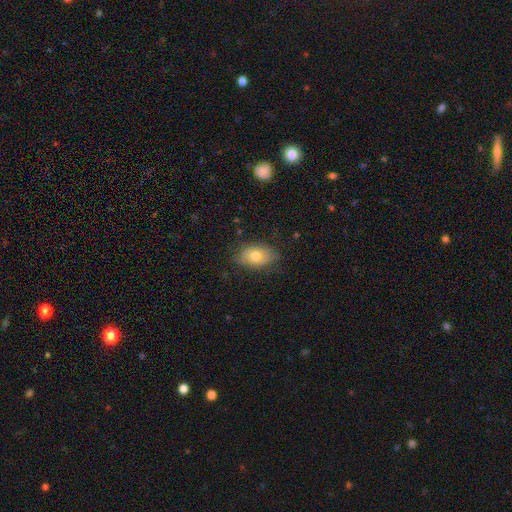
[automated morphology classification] This is likely a smooth galaxy (69%). How rounded: clearly in between (84%). Merging: likely none (74%).